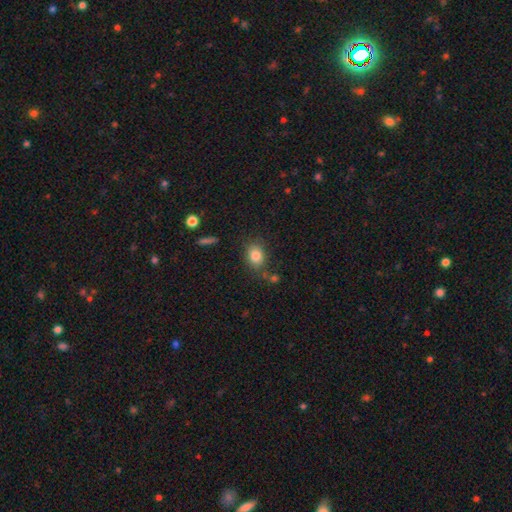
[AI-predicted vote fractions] A smooth galaxy with no disk features (83%) that is in between round and cigar-shaped (60%).

Vote fractions:
- Smooth or featured? smooth: 83% / star or artifact: 10% / featured or disk: 7%
- How rounded? in between: 60% / round: 39% / cigar-shaped: 1%
- Merging? none: 76% / minor disturbance: 15% / merger: 5% / major disturbance: 5%